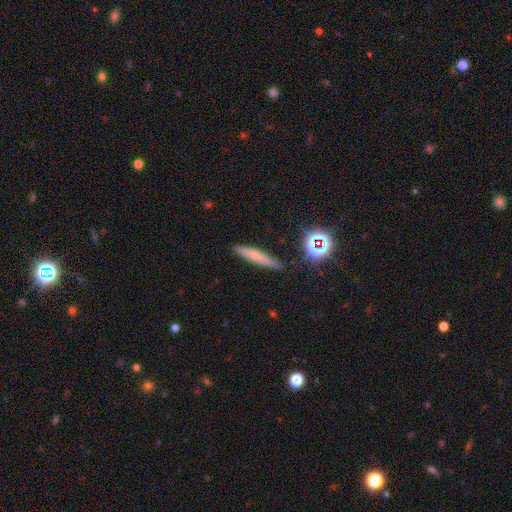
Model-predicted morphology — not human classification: smooth 65%, featured or disk 22%, star or artifact 13%. Down the decision tree: how rounded — cigar-shaped (90%); merging — none (85%).